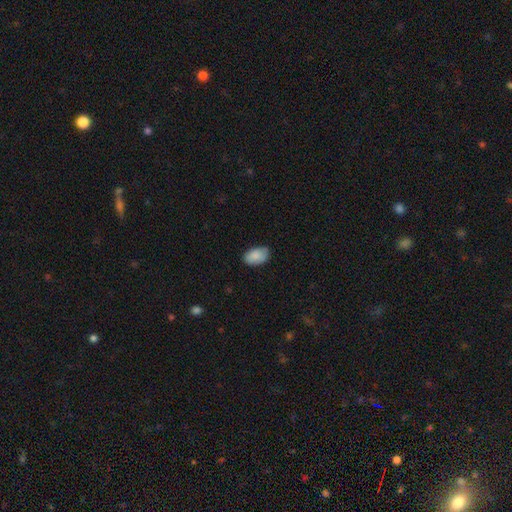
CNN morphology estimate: Overall: smooth (87%). How rounded: in between (92%). Merging: none (77%).